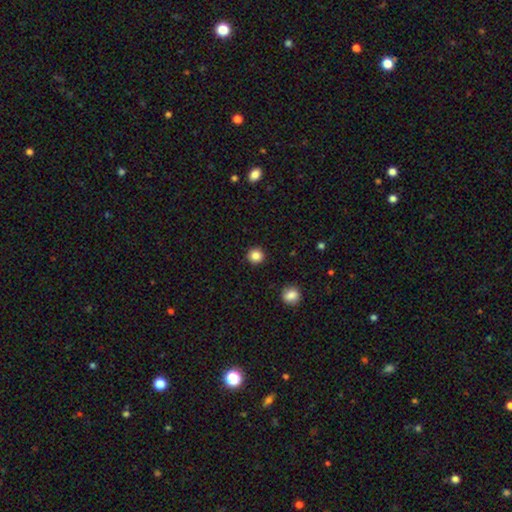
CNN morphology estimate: smooth 85%, star or artifact 11%, featured or disk 4%. Down the decision tree: how rounded — round (95%); merging — none (92%).